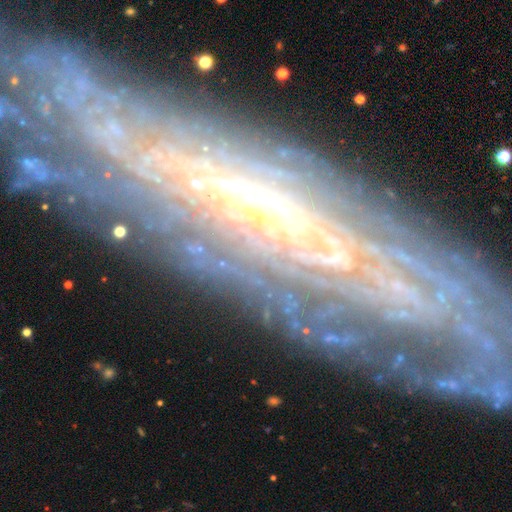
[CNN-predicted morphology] Smooth or featured? Predicted: featured or disk (p=0.78). Edge-on disk? Predicted: no (p=0.60). Merging? Predicted: none (p=0.73).